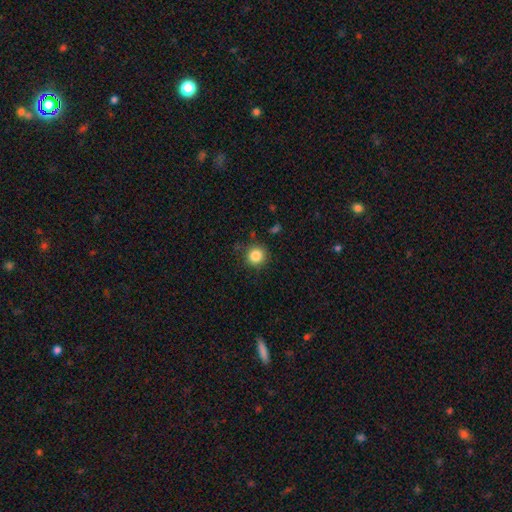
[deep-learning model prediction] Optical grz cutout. It shows a smooth galaxy with no disk features (85%) that is round (92%). Merging: none (85%).